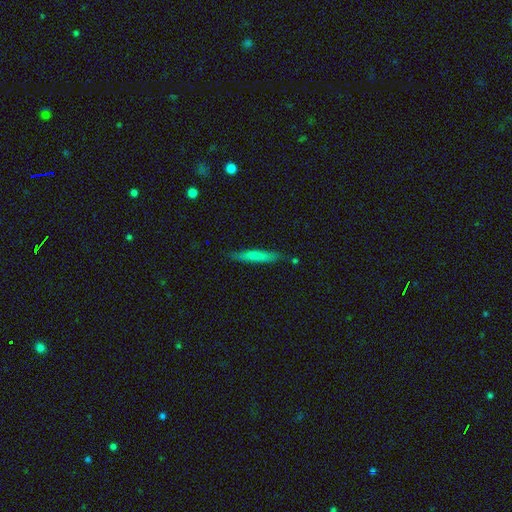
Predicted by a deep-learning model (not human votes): Smooth or featured? Predicted: smooth (p=0.70). How rounded? Predicted: cigar-shaped (p=0.92). Merging? Predicted: none (p=0.82).